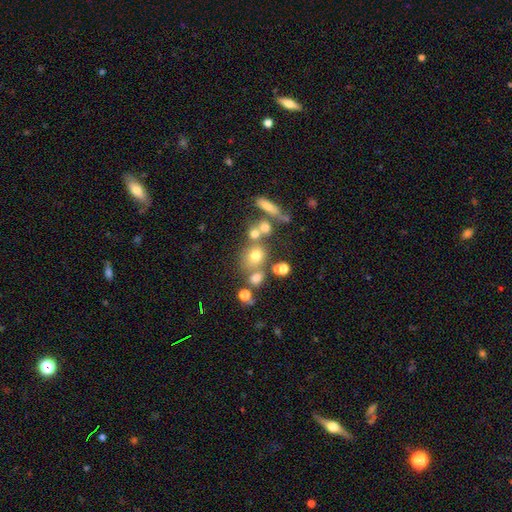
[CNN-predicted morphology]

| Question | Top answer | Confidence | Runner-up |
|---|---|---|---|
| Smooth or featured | smooth | 65% | featured or disk (18%) |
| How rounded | round | 71% | in between (27%) |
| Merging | none | 48% | merger (33%) |